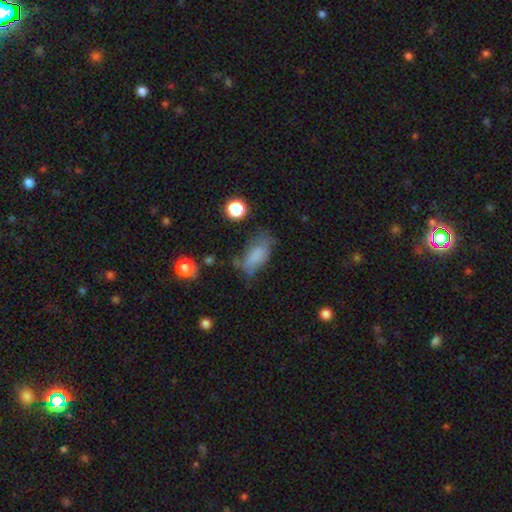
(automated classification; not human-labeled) Smooth or featured: smooth — 73% (featured or disk — 16%)
How rounded: in between — 85% (cigar-shaped — 11%)
Merging: none — 43% (minor disturbance — 33%)